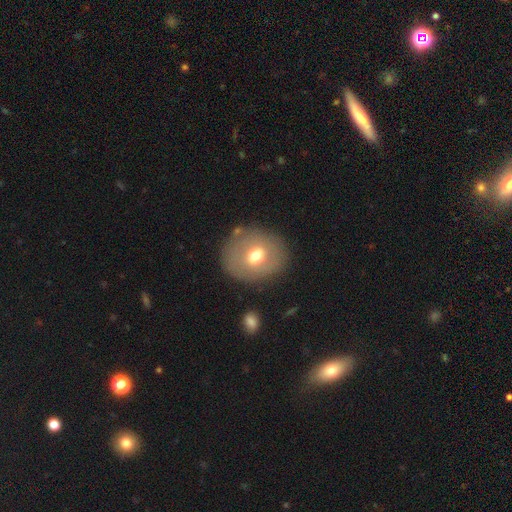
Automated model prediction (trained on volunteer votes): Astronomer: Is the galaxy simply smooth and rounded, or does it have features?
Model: smooth — 62%.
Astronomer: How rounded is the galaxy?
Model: round — 67%.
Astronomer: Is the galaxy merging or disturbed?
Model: none — 81%.